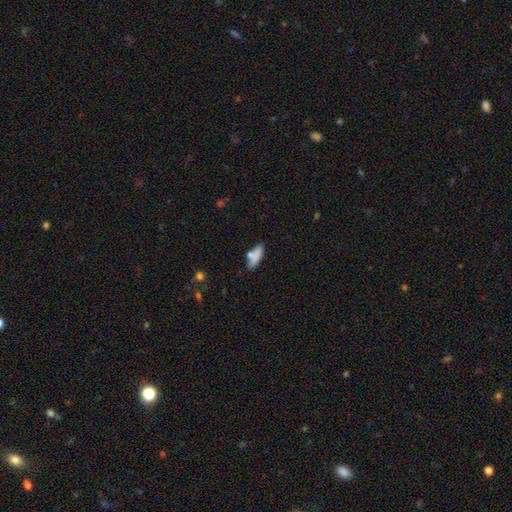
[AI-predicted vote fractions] This appears to be a smooth galaxy with no disk features (77%) that is in between round and cigar-shaped (53%). Merging: none (61%).